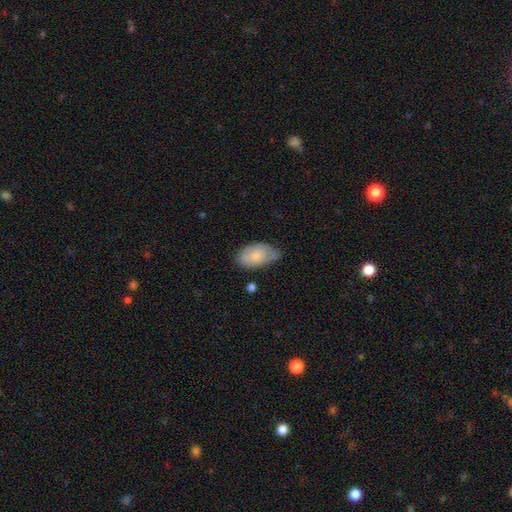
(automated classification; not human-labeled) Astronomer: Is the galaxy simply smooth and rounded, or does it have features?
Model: smooth — 75%.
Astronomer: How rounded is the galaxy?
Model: in between — 94%.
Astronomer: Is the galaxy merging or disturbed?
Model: none — 56% (runner-up: minor disturbance, 35%).